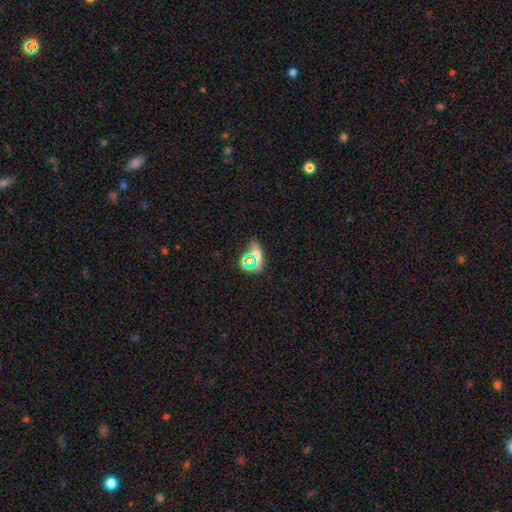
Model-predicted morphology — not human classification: The model was most divided on "smooth or featured": smooth: 50%, star or artifact: 37%, featured or disk: 13%. More confident: merging — none (73%).